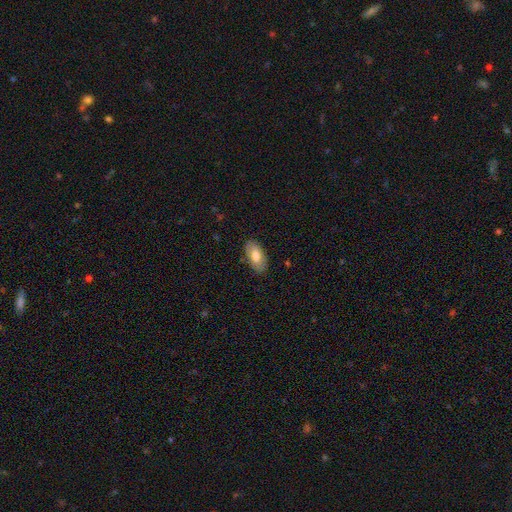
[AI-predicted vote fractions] A smooth galaxy with no disk features (71%) that is in between round and cigar-shaped (93%). Merging: none (84%).